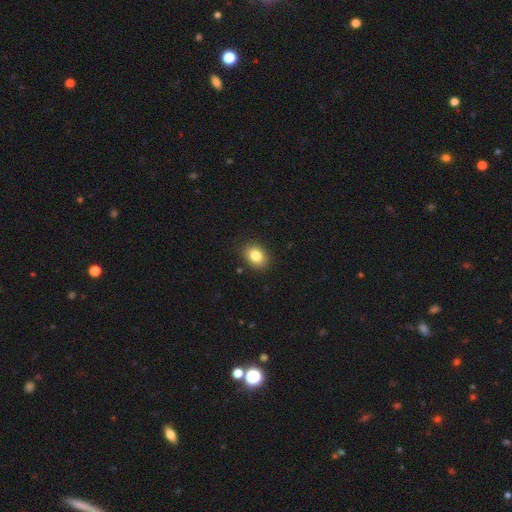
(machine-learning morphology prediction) type=smooth (83%); roundness=in between (64%); merging=none (87%).